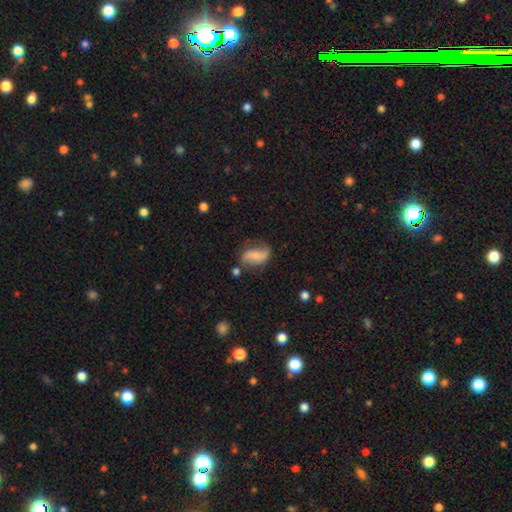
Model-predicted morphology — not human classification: The model was most divided on "bar": no: 47%, weak: 33%, strong: 20%. More confident: edge-on disk — no (95%); spiral arms — yes (85%); merging — none (56%); smooth or featured — featured or disk (55%); bulge size — small (53%).